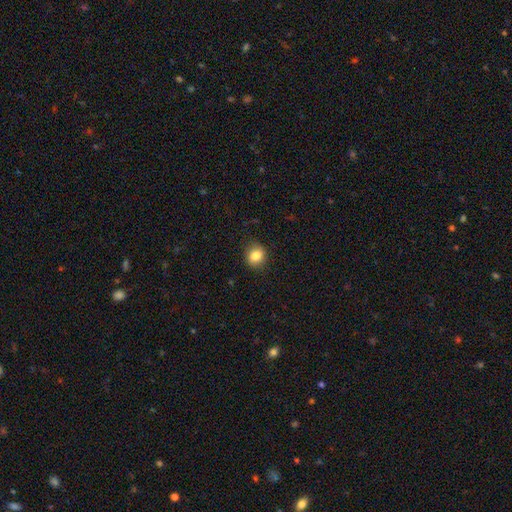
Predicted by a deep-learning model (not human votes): This appears to be a smooth galaxy with no disk features (84%) that is round (72%). Merging: none (85%).